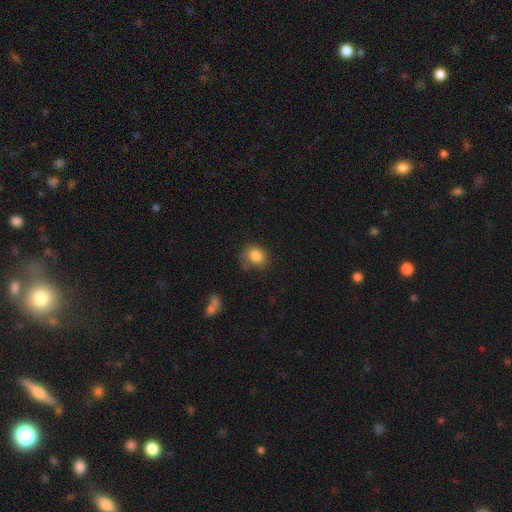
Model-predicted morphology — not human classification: Smooth or featured? Predicted: smooth (p=0.83). How rounded? Predicted: round (p=0.69). Merging? Predicted: none (p=0.62).